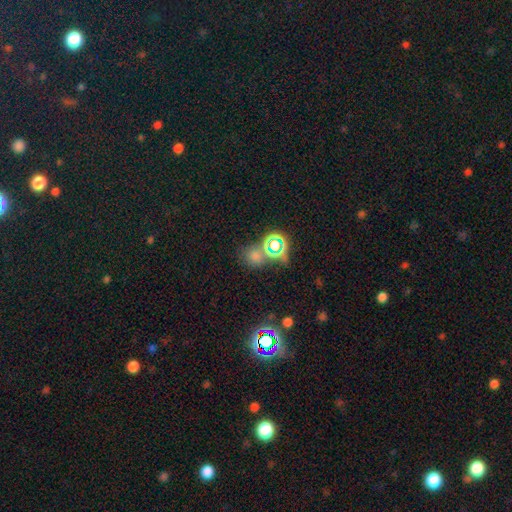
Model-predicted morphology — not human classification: type=smooth (56%); roundness=round (75%); merging=none (62%).